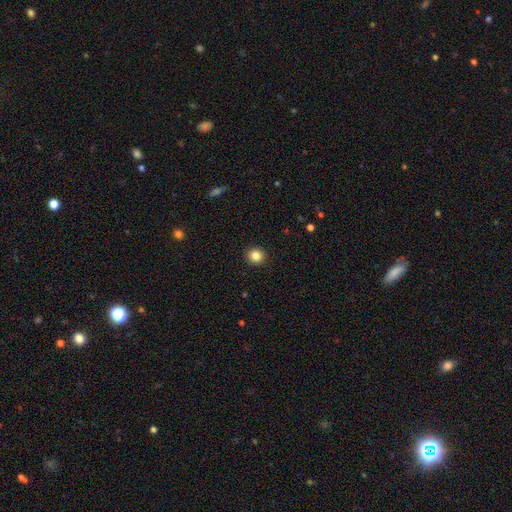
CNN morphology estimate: Smooth or featured? Predicted: smooth (p=0.85). How rounded? Predicted: round (p=0.90). Merging? Predicted: none (p=0.92).